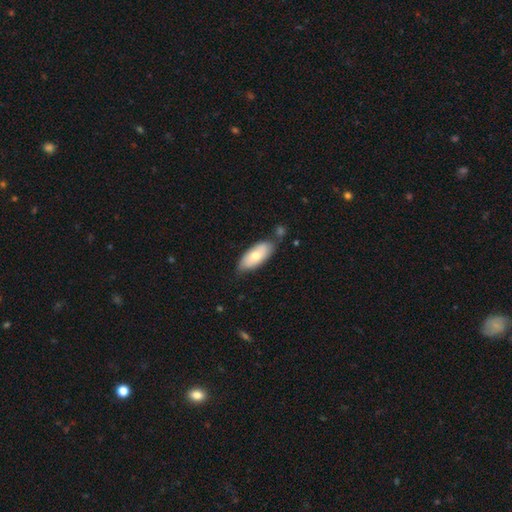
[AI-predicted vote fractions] A smooth galaxy with no disk features (69%) that is in between round and cigar-shaped (86%).

Vote fractions:
- Smooth or featured? smooth: 69% / featured or disk: 25% / star or artifact: 6%
- How rounded? in between: 86% / cigar-shaped: 11% / round: 2%
- Merging? none: 68% / minor disturbance: 20% / merger: 8% / major disturbance: 4%